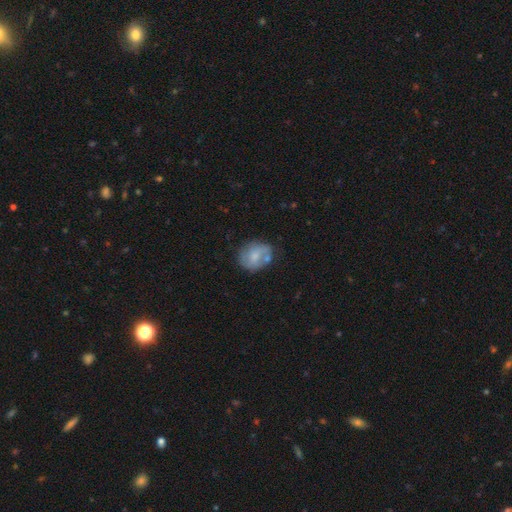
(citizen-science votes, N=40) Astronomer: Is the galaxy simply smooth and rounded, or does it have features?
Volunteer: smooth — 62%.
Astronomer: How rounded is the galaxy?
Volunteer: round — 64%.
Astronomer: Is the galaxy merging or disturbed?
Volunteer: none — 50%.